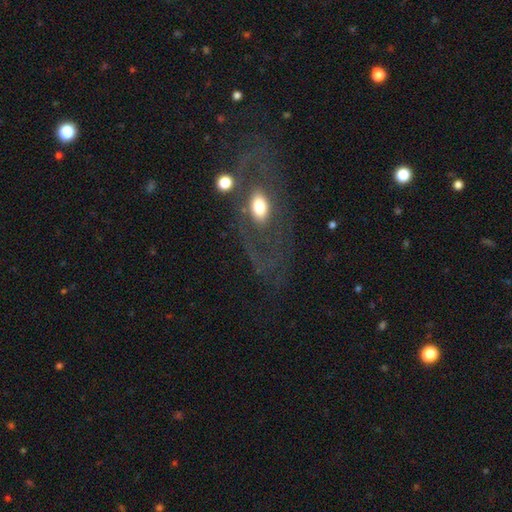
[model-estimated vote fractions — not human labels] Smooth or featured? Predicted: featured or disk (p=0.51). Edge-on disk? Predicted: no (p=0.81). Merging? Predicted: none (p=0.69).